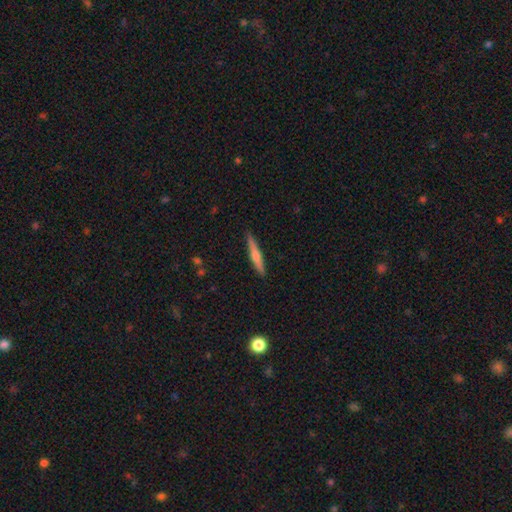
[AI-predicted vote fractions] A featured or disk galaxy (52%) viewed edge-on (97%) with a rounded central bulge (77%).

Vote fractions:
- Smooth or featured? featured or disk: 52% / smooth: 42% / star or artifact: 6%
- Edge-on disk? yes: 97% / no: 3%
- Edge-on bulge? rounded: 77% / none: 18% / boxy: 6%
- Merging? none: 90% / minor disturbance: 7% / major disturbance: 1% / merger: 1%